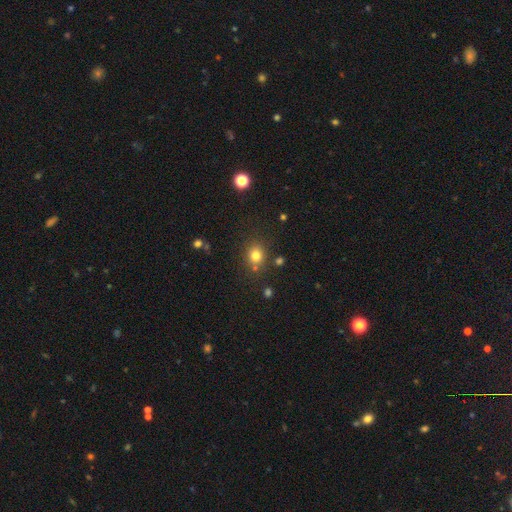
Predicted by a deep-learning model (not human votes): Smooth or featured? Predicted: smooth (p=0.78). How rounded? Predicted: round (p=0.75). Merging? Predicted: none (p=0.78).